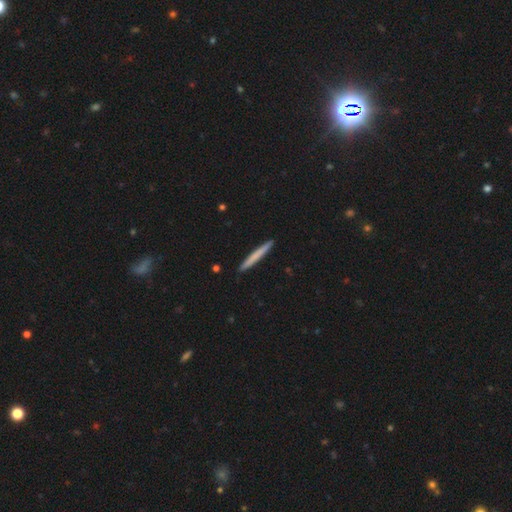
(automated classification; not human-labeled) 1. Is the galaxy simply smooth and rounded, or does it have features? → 68% smooth, 27% featured or disk, 5% star or artifact.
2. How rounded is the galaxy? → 97% cigar-shaped, 2% in between, 1% round.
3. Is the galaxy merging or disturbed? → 93% none, 5% minor disturbance, 1% merger, 1% major disturbance.